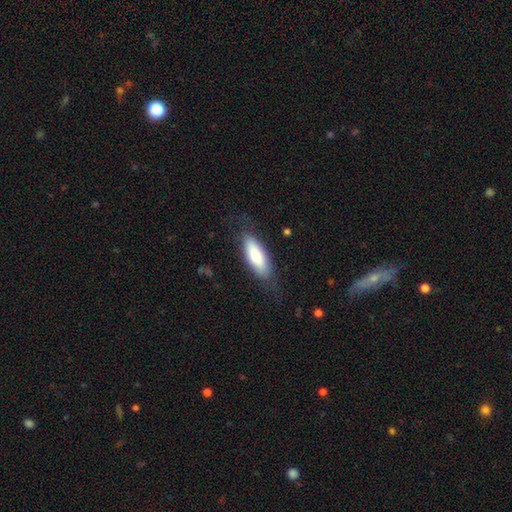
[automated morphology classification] smooth_or_featured: smooth (p=0.75) [alt: featured or disk p=0.19]
how_rounded: in between (p=0.66) [alt: cigar-shaped p=0.32]
merging: none (p=0.76) [alt: minor disturbance p=0.17]